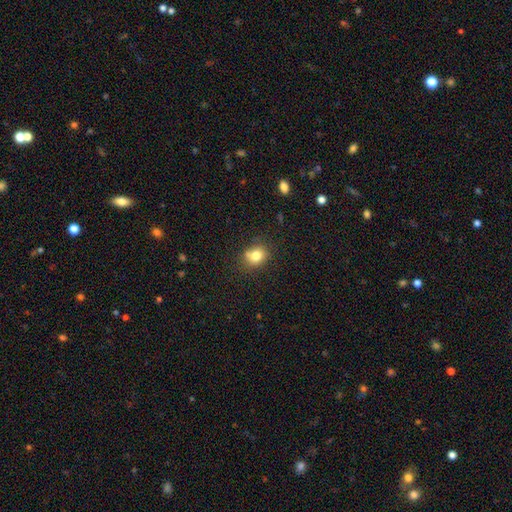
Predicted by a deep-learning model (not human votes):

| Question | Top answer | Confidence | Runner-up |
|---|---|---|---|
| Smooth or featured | smooth | 79% | star or artifact (11%) |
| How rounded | round | 61% | in between (38%) |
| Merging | none | 68% | minor disturbance (16%) |